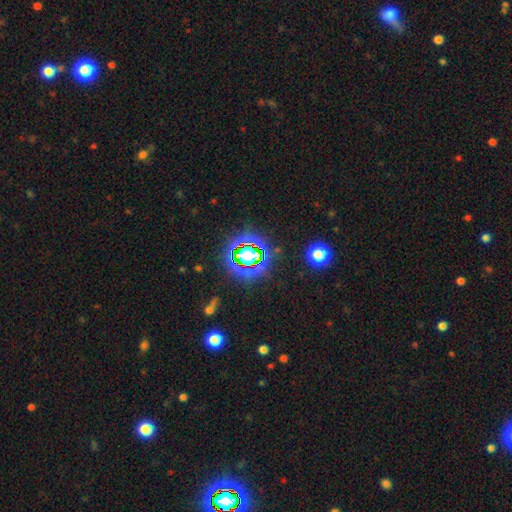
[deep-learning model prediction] Q: Smooth or featured?
A: star or artifact (80%); runner-up: smooth (12%)